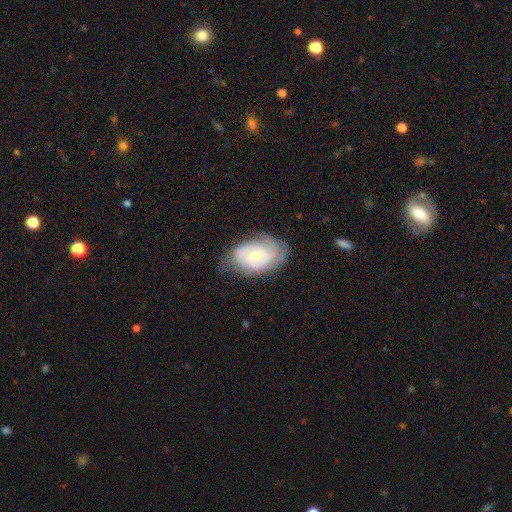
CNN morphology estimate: Overall: featured or disk (73%). Edge-on disk: no (96%). Bar: no (64%; weak 31%). Spiral arms: yes (85%). Spiral arm count: can't tell (39%; 2 36%). Spiral winding: tight (60%; medium 31%). Bulge size: moderate (49%; small 46%). Merging: none (61%; minor disturbance 27%).